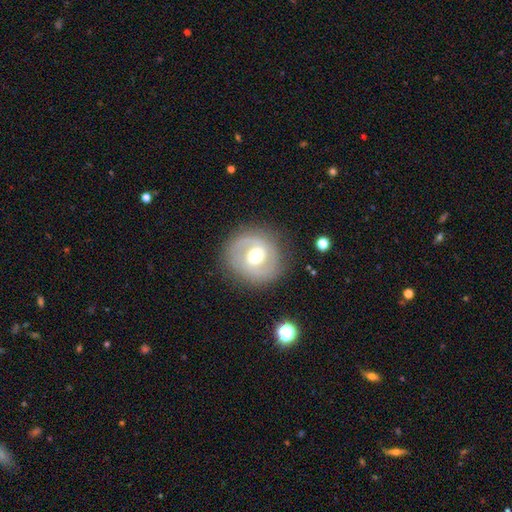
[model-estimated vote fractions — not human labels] This is likely a featured or disk galaxy (71%). It is clearly not viewed edge-on (97%). Bar: possibly weak (48%). Spiral arm pattern: clearly yes (81%). Spiral arm count: clearly 2 (81%). Spiral winding: marginally medium (43%). Central bulge: likely moderate (70%). Merging: clearly none (82%).